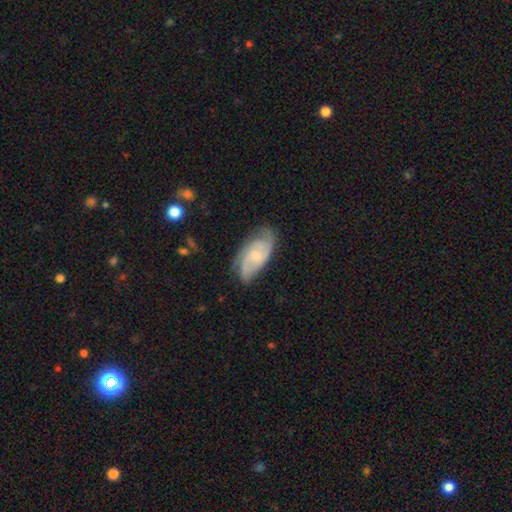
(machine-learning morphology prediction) type=featured or disk (73%); edge-on=no (95%); bar=no (64%); spiral arms=yes (94%); winding=medium (46%); arm count=2 (51%); bulge=small (57%); merging=none (68%).